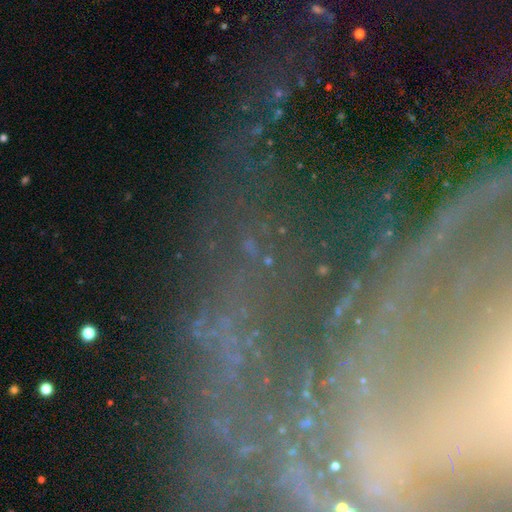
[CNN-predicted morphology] featured or disk 45%, star or artifact 42%, smooth 13%. Down the decision tree: merging — none (66%).